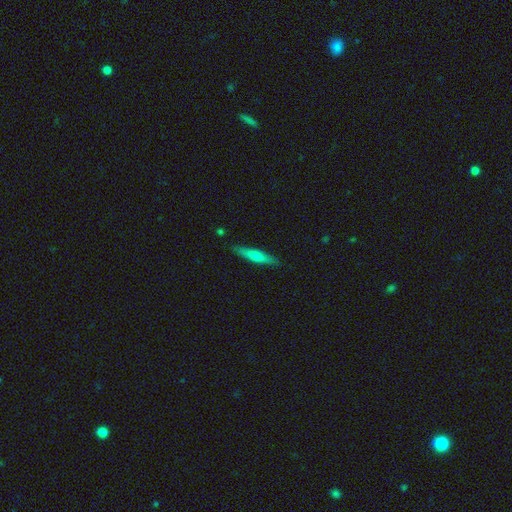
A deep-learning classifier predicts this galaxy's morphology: A smooth galaxy with no disk features (53%) that is cigar-shaped (88%).

Vote fractions:
- Smooth or featured? smooth: 53% / featured or disk: 41% / star or artifact: 6%
- How rounded? cigar-shaped: 88% / in between: 11% / round: 2%
- Merging? none: 88% / minor disturbance: 9% / major disturbance: 2% / merger: 1%